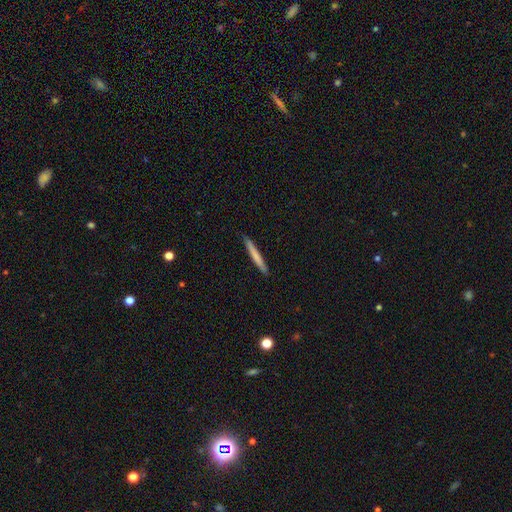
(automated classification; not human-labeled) Smooth or featured: smooth — 69% (featured or disk — 26%)
How rounded: cigar-shaped — 97% (in between — 2%)
Merging: none — 91% (minor disturbance — 7%)